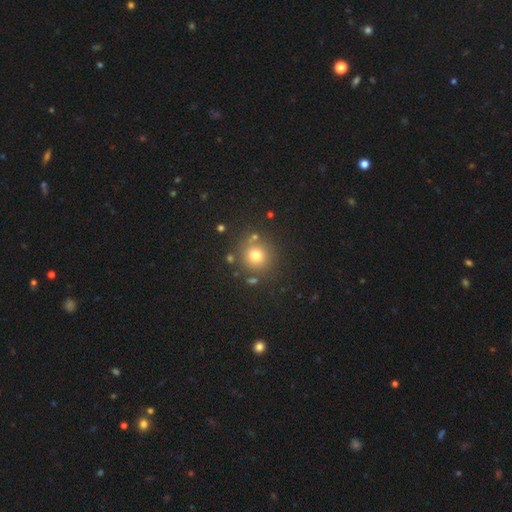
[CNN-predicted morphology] Smooth or featured? Predicted: smooth (p=0.73). How rounded? Predicted: round (p=0.92). Merging? Predicted: none (p=0.80).